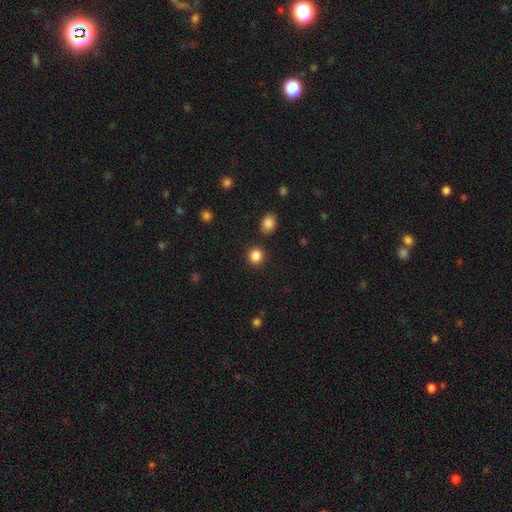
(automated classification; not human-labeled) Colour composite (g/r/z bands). It shows a smooth galaxy with no disk features (86%) that is round (89%). Merging: none (88%).